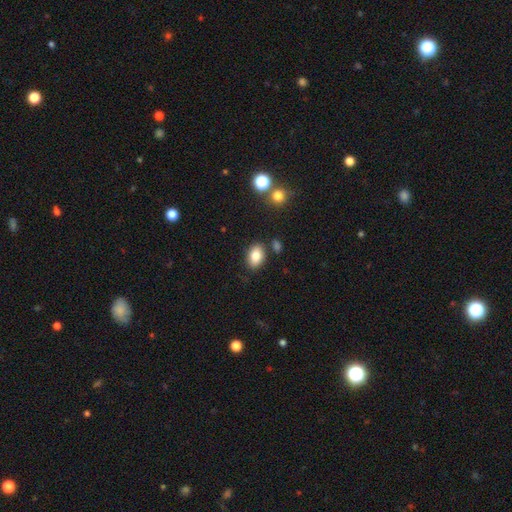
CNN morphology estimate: This appears to be a smooth galaxy with no disk features (83%) that is in between round and cigar-shaped (85%). Merging: none (83%).